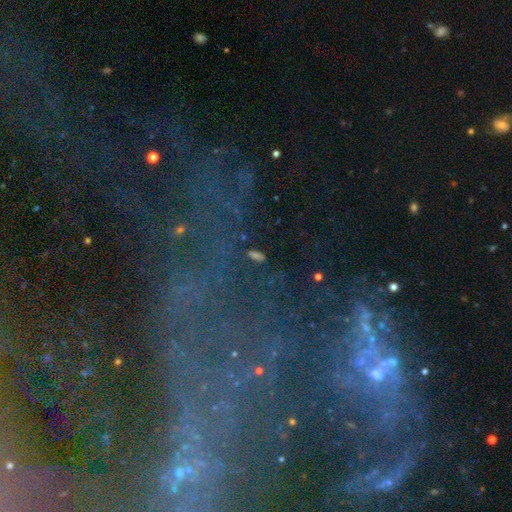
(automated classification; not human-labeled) A star or artifact, not a galaxy (54%).

Vote fractions:
- Smooth or featured? star or artifact: 54% / smooth: 30% / featured or disk: 16%